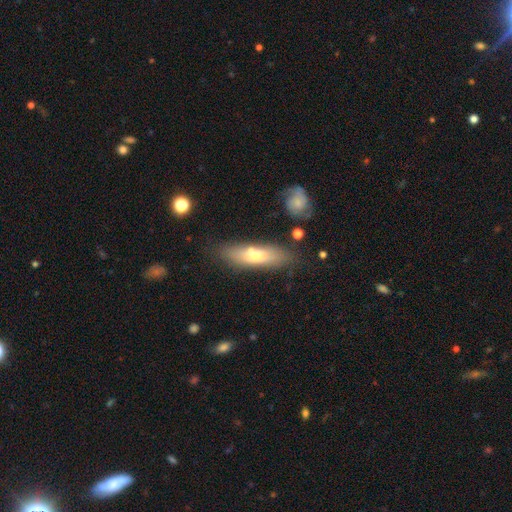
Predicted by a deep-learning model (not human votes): smooth_or_featured: smooth (p=0.61) [alt: featured or disk p=0.31]
how_rounded: cigar-shaped (p=0.57) [alt: in between p=0.40]
merging: none (p=0.74) [alt: minor disturbance p=0.14]